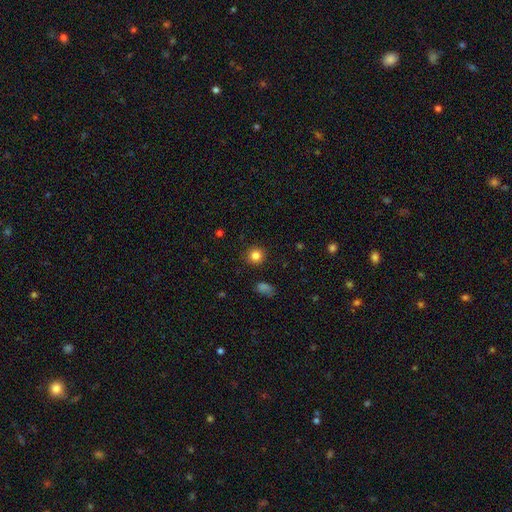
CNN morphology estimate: This appears to be a smooth galaxy with no disk features (83%) that is round (92%). Merging: none (91%).